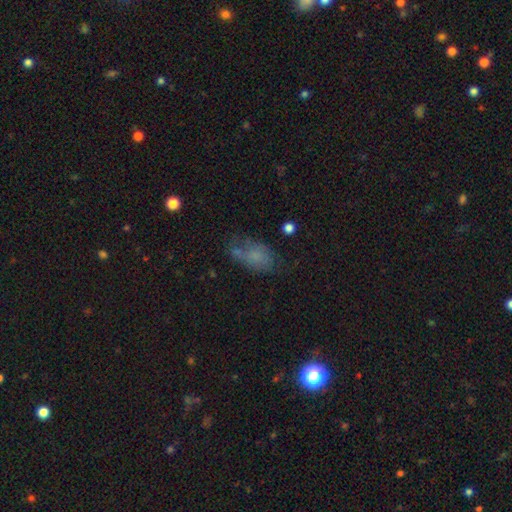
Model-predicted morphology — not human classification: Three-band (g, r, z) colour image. It shows a smooth galaxy with no disk features (63%) that is in between round and cigar-shaped (87%). Merging: none (40%).